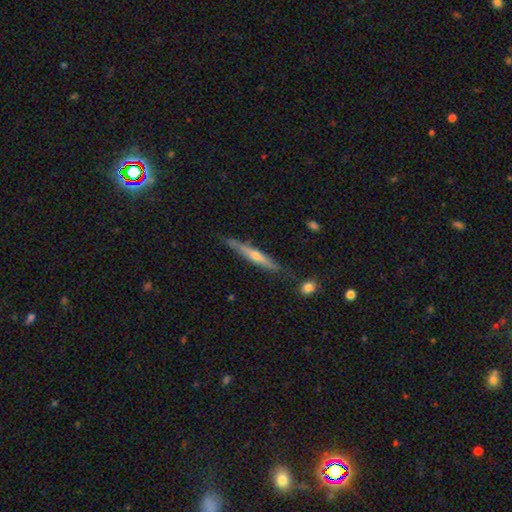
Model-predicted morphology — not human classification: smooth_or_featured: featured or disk (p=0.63) [alt: smooth p=0.31]
disk_edge_on: yes (p=0.95) [alt: no p=0.05]
edge_on_bulge: rounded (p=0.72) [alt: none p=0.24]
merging: none (p=0.83) [alt: minor disturbance p=0.13]